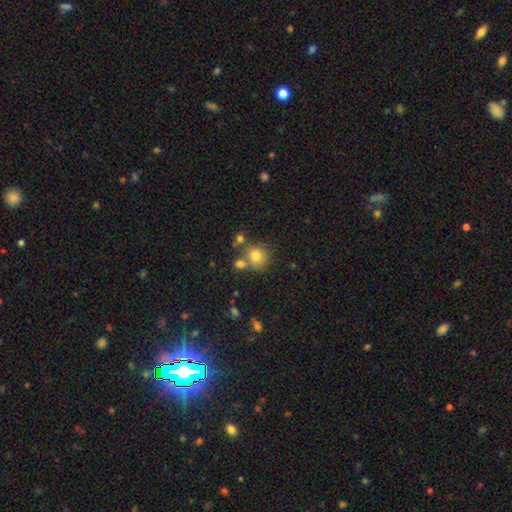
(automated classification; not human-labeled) The model was most divided on "merging": none: 59%, merger: 24%, minor disturbance: 13%, major disturbance: 5%. More confident: how rounded — round (83%); smooth or featured — smooth (77%).